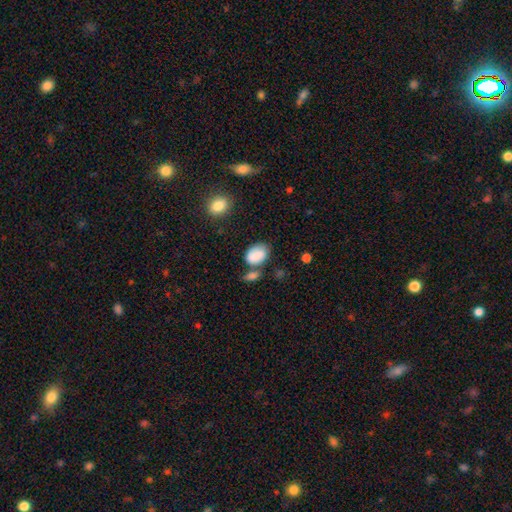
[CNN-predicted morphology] smooth 80%, featured or disk 12%, star or artifact 8%. Down the decision tree: how rounded — in between (83%); merging — none (48%).